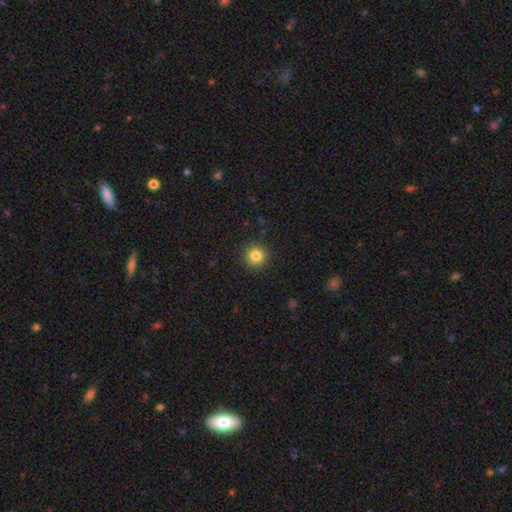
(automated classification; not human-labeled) A smooth galaxy with no disk features (84%) that is round (92%). Merging: none (91%).